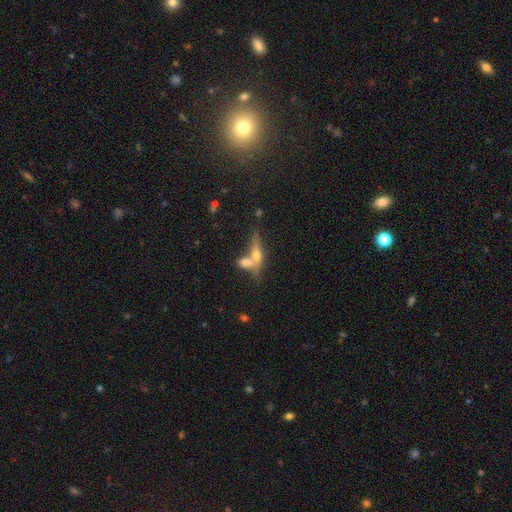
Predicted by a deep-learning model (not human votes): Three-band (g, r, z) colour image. It shows a featured or disk galaxy (54%) viewed edge-on (79%). Merging: merger (45%).